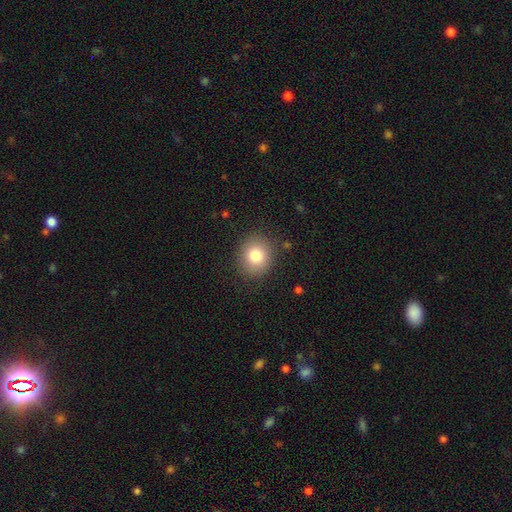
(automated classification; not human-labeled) Smooth or featured? Predicted: smooth (p=0.81). How rounded? Predicted: round (p=0.77). Merging? Predicted: none (p=0.87).